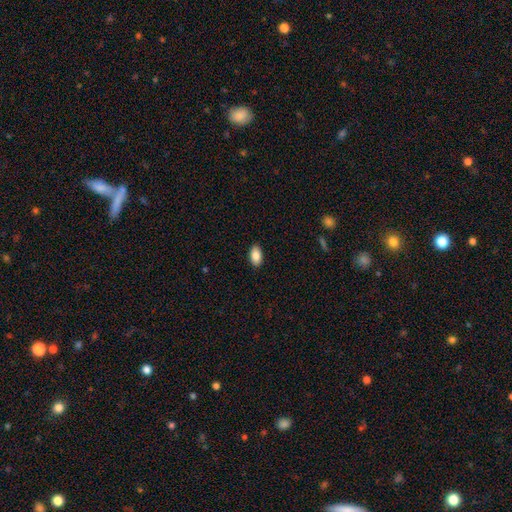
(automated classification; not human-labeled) A smooth galaxy with no disk features (87%) that is in between round and cigar-shaped (93%).

Vote fractions:
- Smooth or featured? smooth: 87% / star or artifact: 7% / featured or disk: 6%
- How rounded? in between: 93% / round: 5% / cigar-shaped: 2%
- Merging? none: 89% / minor disturbance: 8% / major disturbance: 2% / merger: 1%